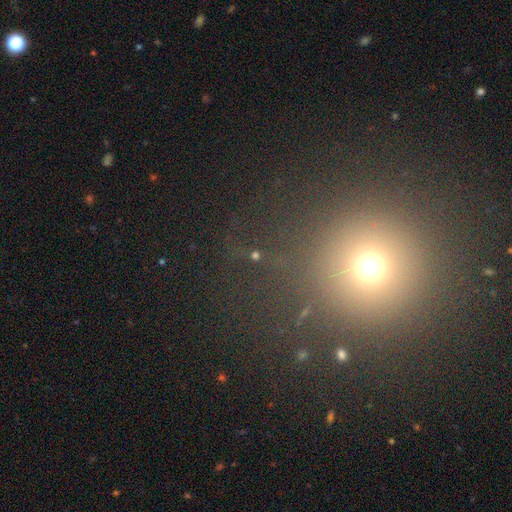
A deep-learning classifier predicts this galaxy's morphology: smooth-or-featured: star or artifact: 61% | smooth: 26% | featured or disk: 12%